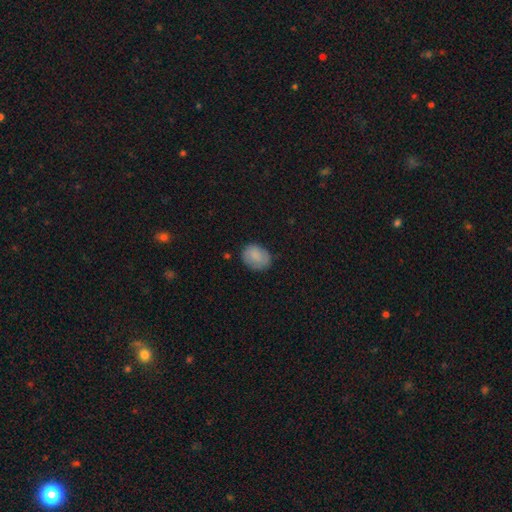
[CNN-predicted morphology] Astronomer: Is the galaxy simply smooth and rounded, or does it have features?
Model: smooth — 81%.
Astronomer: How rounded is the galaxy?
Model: in between — 53% (runner-up: round, 46%).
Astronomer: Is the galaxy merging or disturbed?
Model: none — 74%.